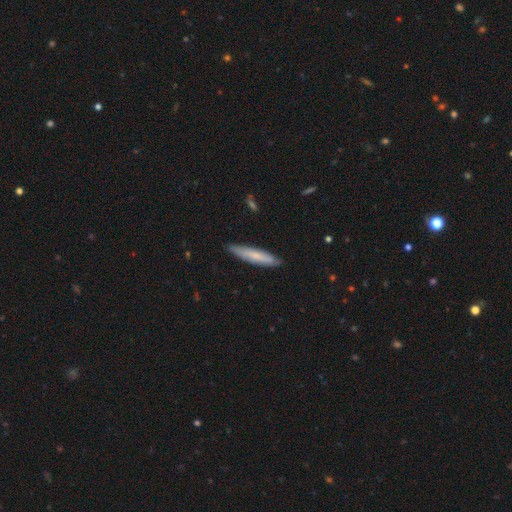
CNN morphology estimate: This is likely a smooth galaxy (67%). How rounded: clearly cigar-shaped (90%). Merging: clearly none (86%).